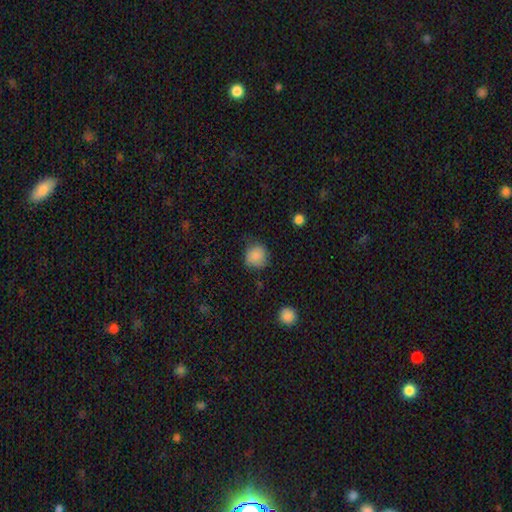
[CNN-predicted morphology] smooth 83%, featured or disk 9%, star or artifact 8%. Down the decision tree: how rounded — round (88%); merging — none (71%).